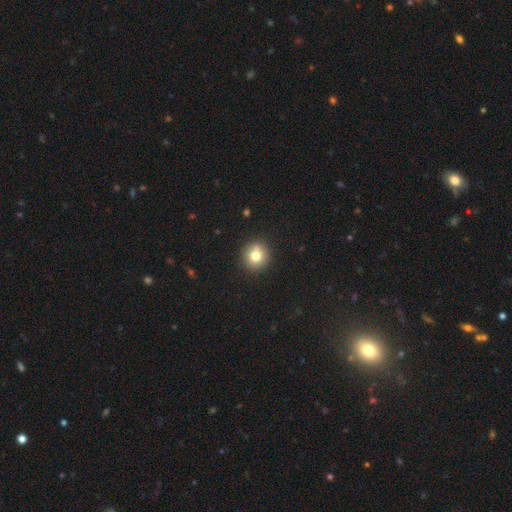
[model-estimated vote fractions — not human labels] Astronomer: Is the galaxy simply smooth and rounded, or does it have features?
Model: smooth — 77%.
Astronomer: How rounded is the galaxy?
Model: round — 91%.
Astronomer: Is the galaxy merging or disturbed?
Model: none — 87%.